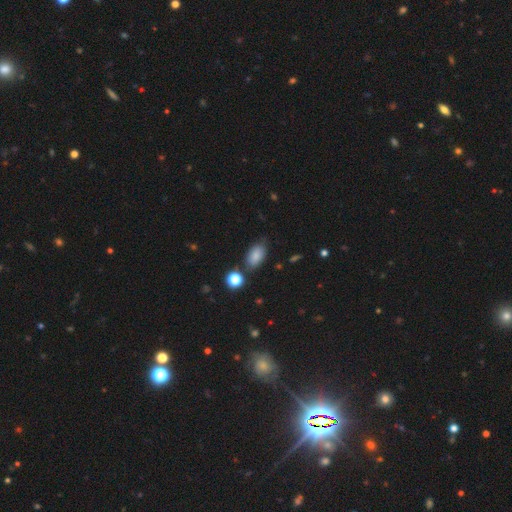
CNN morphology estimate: Smooth or featured?
  - smooth: 83% *
  - star or artifact: 9%
  - featured or disk: 8%
How rounded?
  - in between: 92% *
  - round: 6%
  - cigar-shaped: 2%
Merging?
  - none: 74% *
  - minor disturbance: 17%
  - merger: 5%
  - major disturbance: 4%